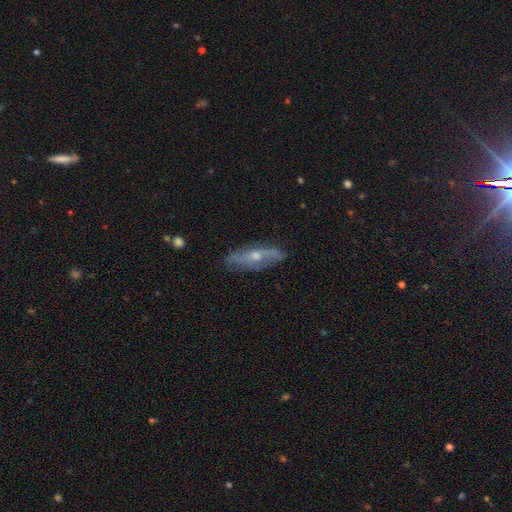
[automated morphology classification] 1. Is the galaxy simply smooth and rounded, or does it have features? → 74% featured or disk, 19% smooth, 7% star or artifact.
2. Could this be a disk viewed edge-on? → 67% no, 33% yes.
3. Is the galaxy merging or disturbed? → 80% none, 15% minor disturbance, 3% major disturbance, 1% merger.